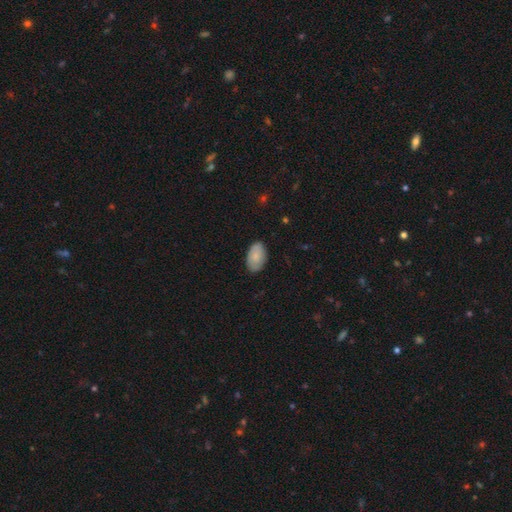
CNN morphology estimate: Smooth or featured: smooth — 80% (featured or disk — 14%)
How rounded: in between — 93% (round — 5%)
Merging: none — 83% (minor disturbance — 13%)